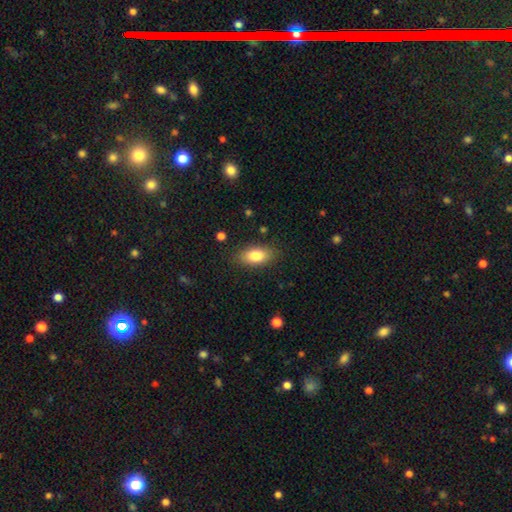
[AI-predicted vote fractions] Morphology: type=smooth (81%); roundness=in between (88%); merging=none (85%).